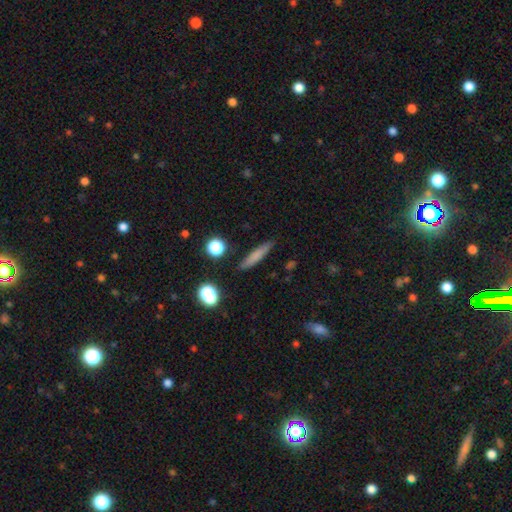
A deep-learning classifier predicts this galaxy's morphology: Smooth or featured: smooth — 70% (featured or disk — 20%)
How rounded: cigar-shaped — 87% (in between — 10%)
Merging: none — 87% (minor disturbance — 9%)